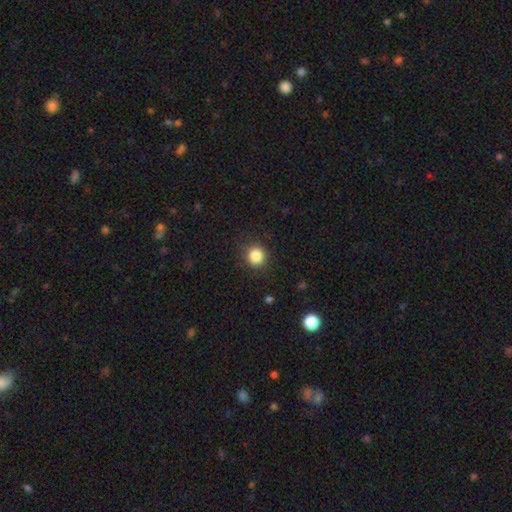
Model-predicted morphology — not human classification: Smooth or featured?
  - smooth: 85% *
  - star or artifact: 11%
  - featured or disk: 4%
How rounded?
  - round: 90% *
  - in between: 9%
  - cigar-shaped: 1%
Merging?
  - none: 88% *
  - minor disturbance: 8%
  - major disturbance: 3%
  - merger: 1%